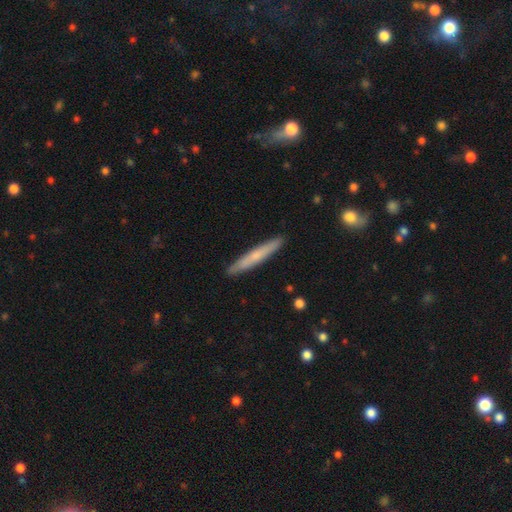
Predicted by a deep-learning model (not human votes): Smooth or featured? Predicted: smooth (p=0.58). How rounded? Predicted: cigar-shaped (p=0.95). Merging? Predicted: none (p=0.90).